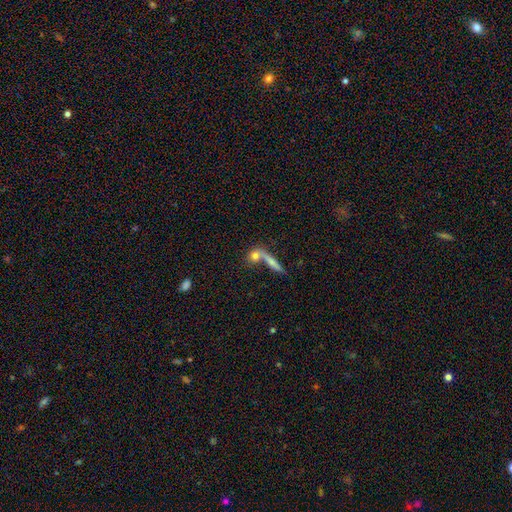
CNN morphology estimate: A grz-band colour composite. It shows a smooth galaxy with no disk features (60%) that is round (36%). Merging: none (46%).